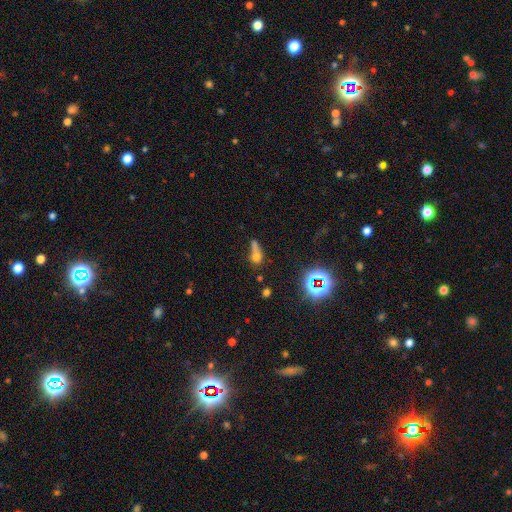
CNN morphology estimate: A smooth galaxy with no disk features (55%) that is round (51%). Merging: merger (42%).